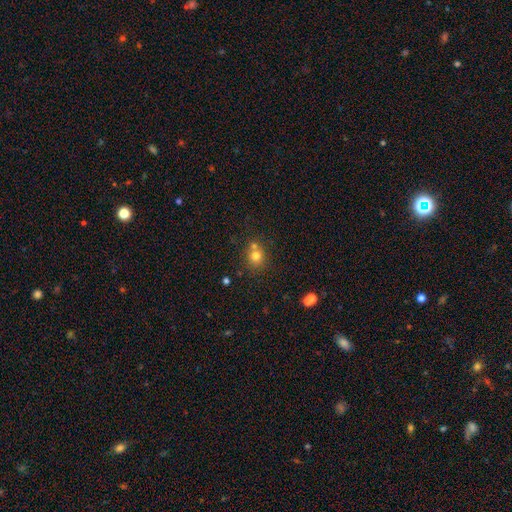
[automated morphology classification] smooth_or_featured: smooth (p=0.75) [alt: star or artifact p=0.15]
how_rounded: round (p=0.84) [alt: in between p=0.15]
merging: none (p=0.57) [alt: merger p=0.31]